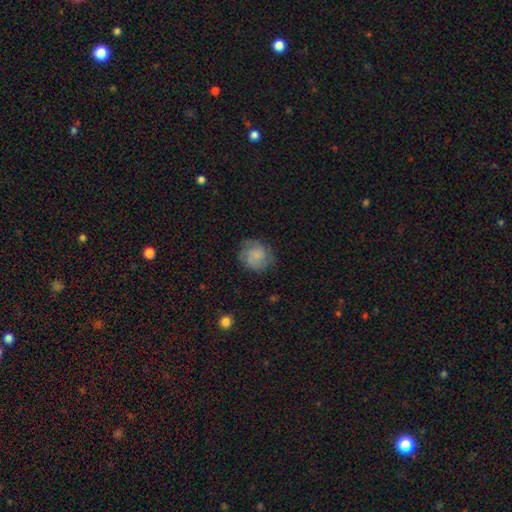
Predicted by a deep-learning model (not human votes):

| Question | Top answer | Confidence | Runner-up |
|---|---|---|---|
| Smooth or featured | smooth | 64% | featured or disk (28%) |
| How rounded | round | 80% | in between (19%) |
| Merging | none | 73% | minor disturbance (19%) |